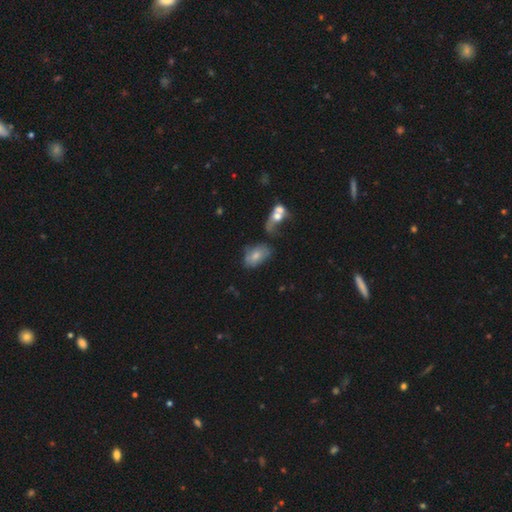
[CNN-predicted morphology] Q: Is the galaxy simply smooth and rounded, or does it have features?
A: smooth — 64%.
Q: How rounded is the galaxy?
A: in between — 88%.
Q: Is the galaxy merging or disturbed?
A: none — 43%.